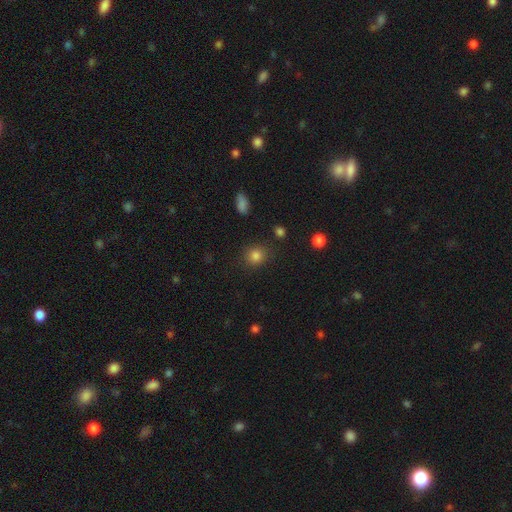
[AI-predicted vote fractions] A smooth galaxy with no disk features (83%) that is round (83%).

Vote fractions:
- Smooth or featured? smooth: 83% / star or artifact: 12% / featured or disk: 5%
- How rounded? round: 83% / in between: 16% / cigar-shaped: 1%
- Merging? none: 85% / minor disturbance: 9% / major disturbance: 4% / merger: 2%